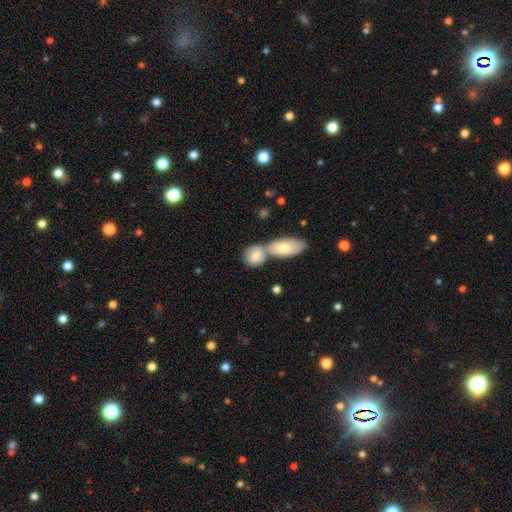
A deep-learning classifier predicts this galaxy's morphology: Smooth or featured? Predicted: smooth (p=0.78). How rounded? Predicted: round (p=0.49). Merging? Predicted: merger (p=0.56).